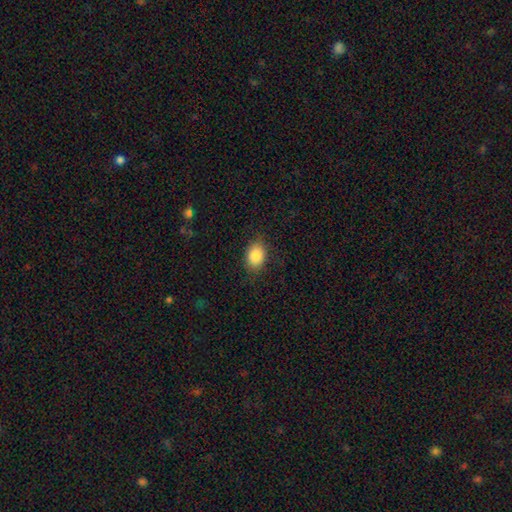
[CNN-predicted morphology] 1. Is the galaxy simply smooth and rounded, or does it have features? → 87% smooth, 8% star or artifact, 5% featured or disk.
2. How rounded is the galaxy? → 75% in between, 23% round, 1% cigar-shaped.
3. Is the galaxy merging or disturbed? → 84% none, 12% minor disturbance, 3% major disturbance, 1% merger.